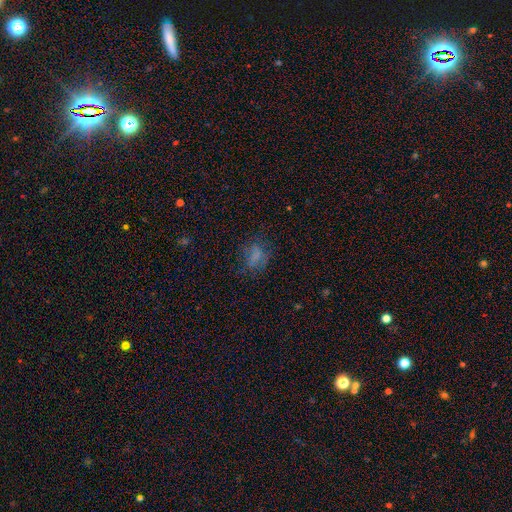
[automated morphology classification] smooth-or-featured: smooth: 62% | star or artifact: 21% | featured or disk: 17%
  how-rounded: in between: 65% | round: 31% | cigar-shaped: 4%
  merging: none: 61% | minor disturbance: 20% | major disturbance: 17% | merger: 2%